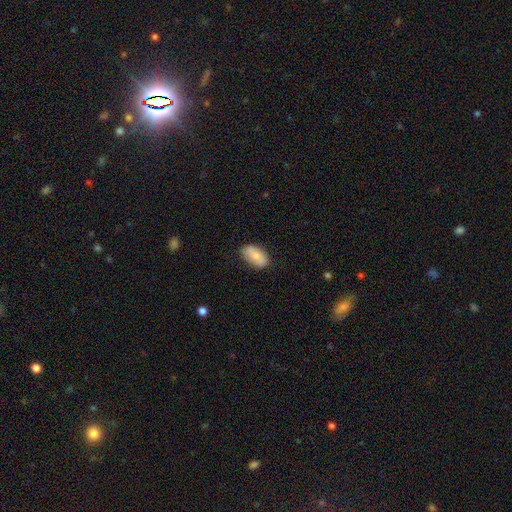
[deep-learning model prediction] smooth_or_featured: smooth (p=0.77) [alt: featured or disk p=0.17]
how_rounded: in between (p=0.93) [alt: round p=0.04]
merging: none (p=0.81) [alt: minor disturbance p=0.16]